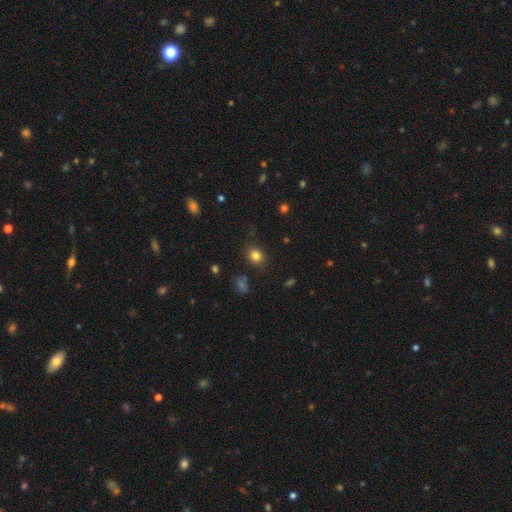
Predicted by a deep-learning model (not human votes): Smooth or featured? smooth (81%)
How rounded? round (64%)
Merging? none (84%)